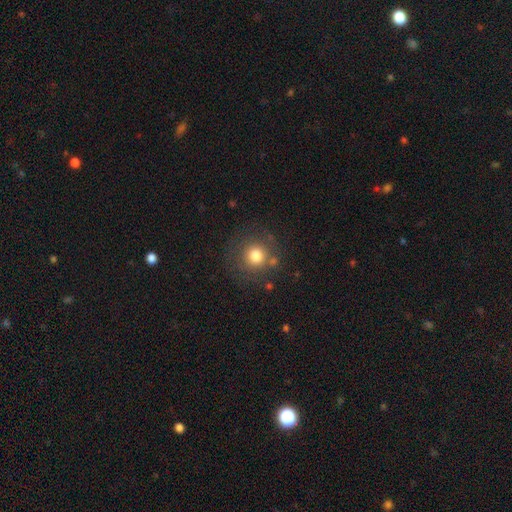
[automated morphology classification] A smooth galaxy with no disk features (78%) that is round (94%). Merging: none (80%).